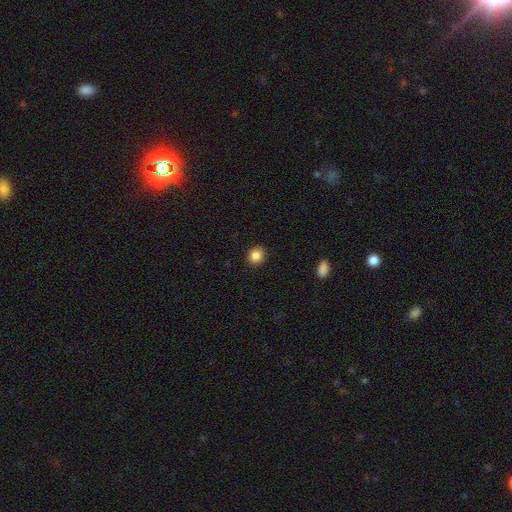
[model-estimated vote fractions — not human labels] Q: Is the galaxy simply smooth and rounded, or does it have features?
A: smooth — 86%.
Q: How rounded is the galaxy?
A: round — 84%.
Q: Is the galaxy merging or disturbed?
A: none — 91%.